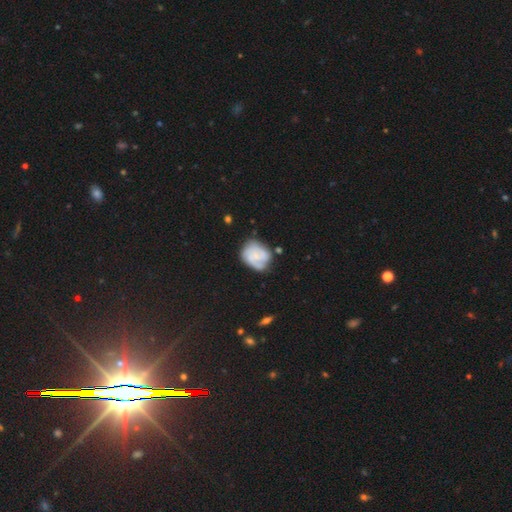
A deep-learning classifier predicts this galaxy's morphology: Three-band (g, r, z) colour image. It shows a featured or disk galaxy (50%). Merging: none (51%).